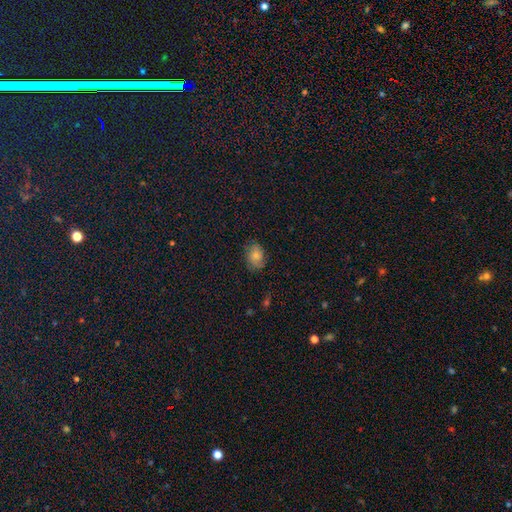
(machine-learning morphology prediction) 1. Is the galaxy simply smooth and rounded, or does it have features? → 67% smooth, 21% featured or disk, 11% star or artifact.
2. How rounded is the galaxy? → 67% in between, 31% round, 1% cigar-shaped.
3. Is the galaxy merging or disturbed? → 71% none, 21% minor disturbance, 6% major disturbance, 1% merger.